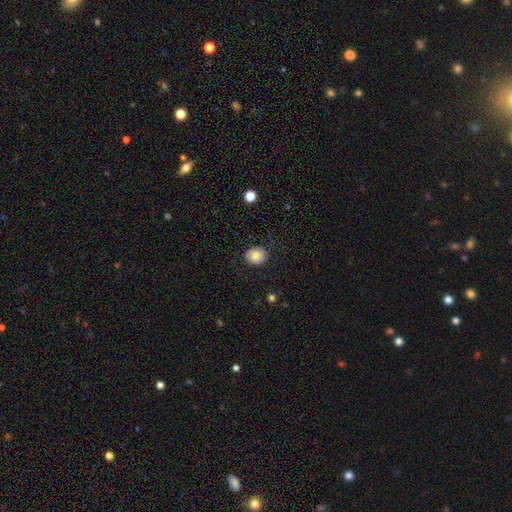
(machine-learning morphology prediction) The model was most divided on "how rounded": round: 71%, in between: 28%, cigar-shaped: 1%. More confident: merging — none (82%); smooth or featured — smooth (79%).